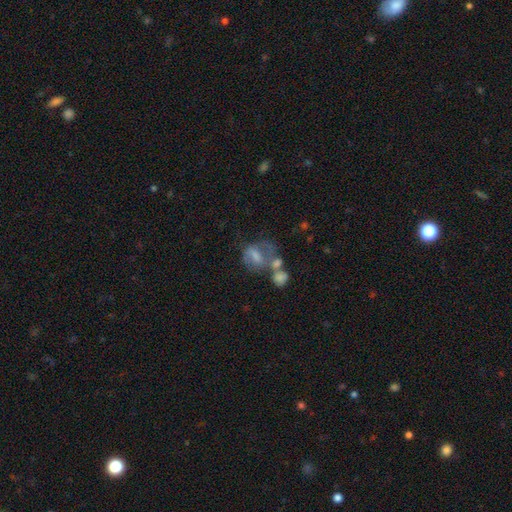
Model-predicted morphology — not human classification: Smooth or featured? Predicted: smooth (p=0.48). Merging? Predicted: merger (p=0.44).